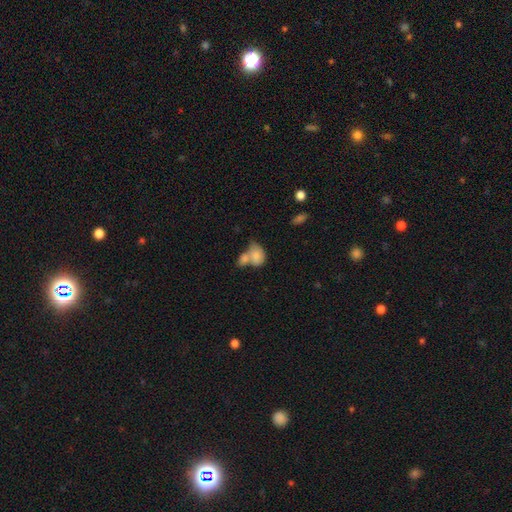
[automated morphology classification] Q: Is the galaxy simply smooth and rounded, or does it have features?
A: smooth — 76%.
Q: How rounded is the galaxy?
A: in between — 67%.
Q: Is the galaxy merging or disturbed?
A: merger — 65%.